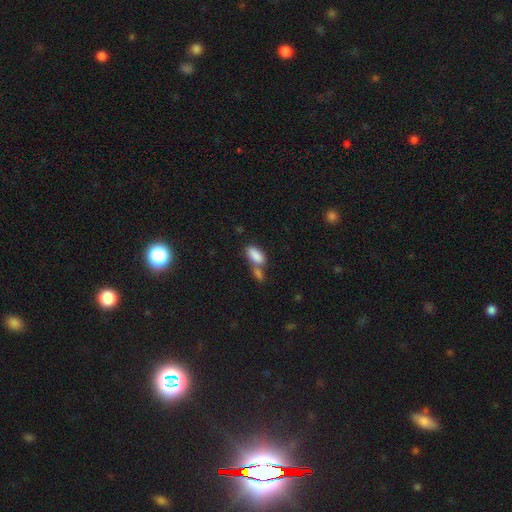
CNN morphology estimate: Smooth or featured? Predicted: smooth (p=0.85). How rounded? Predicted: in between (p=0.88). Merging? Predicted: merger (p=0.51).